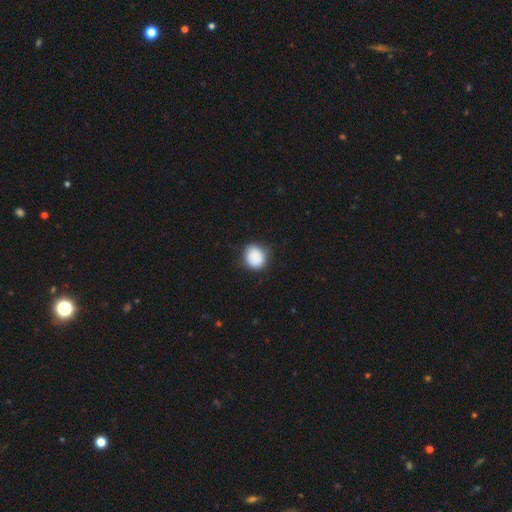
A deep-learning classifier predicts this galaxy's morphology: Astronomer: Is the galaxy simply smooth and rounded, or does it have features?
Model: smooth — 88%.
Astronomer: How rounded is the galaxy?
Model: round — 77%.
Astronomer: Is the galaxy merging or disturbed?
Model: none — 79%.